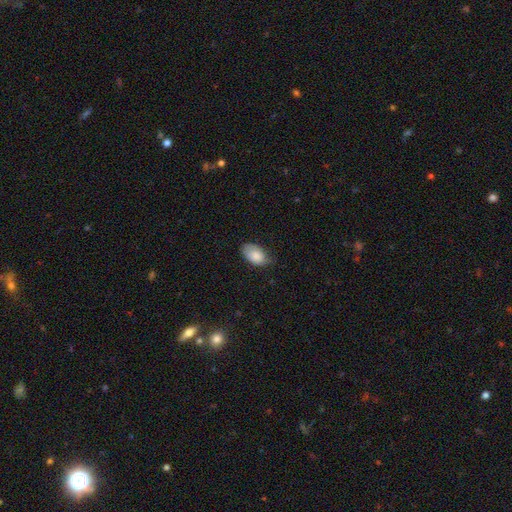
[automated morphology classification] smooth-or-featured: smooth: 82% | featured or disk: 11% | star or artifact: 7%
  how-rounded: in between: 93% | round: 6% | cigar-shaped: 1%
  merging: none: 63% | minor disturbance: 30% | major disturbance: 5% | merger: 1%